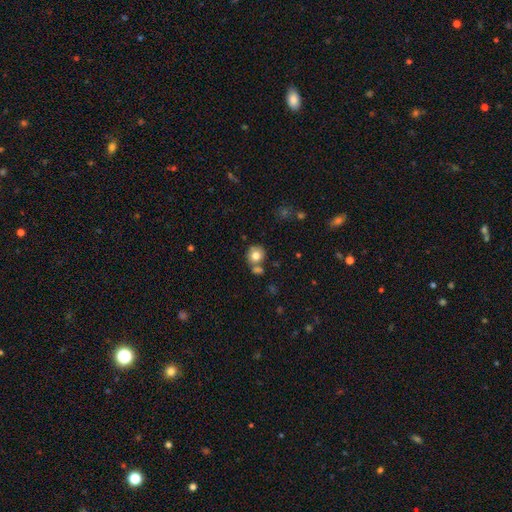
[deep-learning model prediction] This appears to be a smooth galaxy with no disk features (78%) that is round (84%). Merging: none (61%).